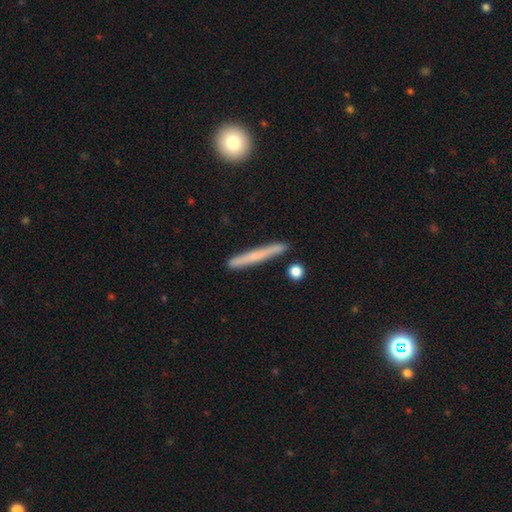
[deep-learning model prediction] A smooth galaxy with no disk features (57%) that is cigar-shaped (96%).

Vote fractions:
- Smooth or featured? smooth: 57% / featured or disk: 36% / star or artifact: 6%
- How rounded? cigar-shaped: 96% / in between: 2% / round: 2%
- Merging? none: 87% / minor disturbance: 9% / merger: 2% / major disturbance: 2%